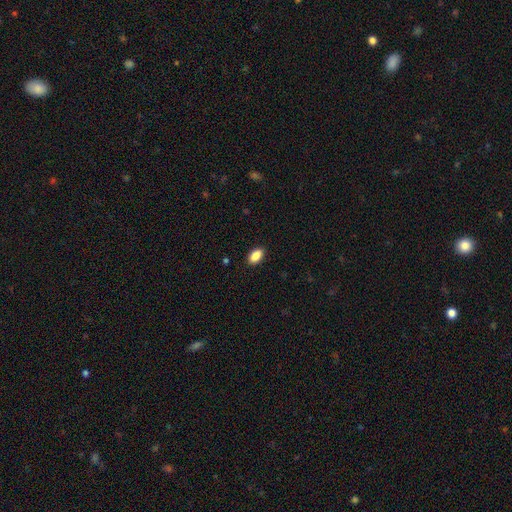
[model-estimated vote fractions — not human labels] This is clearly a smooth galaxy (89%). How rounded: clearly in between (92%). Merging: clearly none (89%).